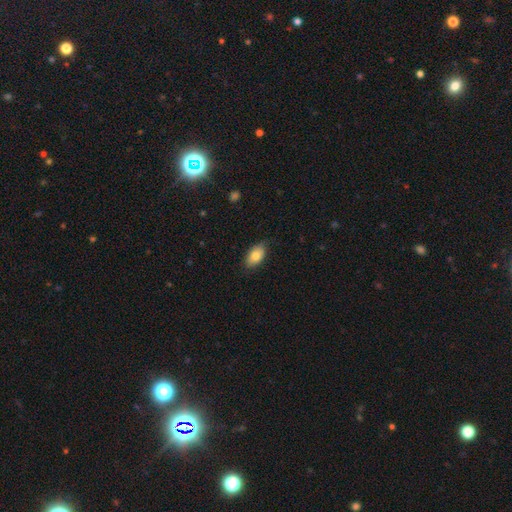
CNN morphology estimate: Smooth or featured? smooth (79%)
How rounded? in between (92%)
Merging? none (79%)